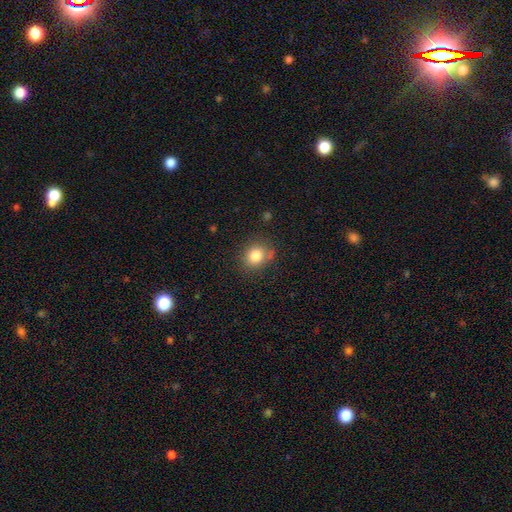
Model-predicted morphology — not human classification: A smooth galaxy with no disk features (82%) that is round (72%). Merging: none (75%).